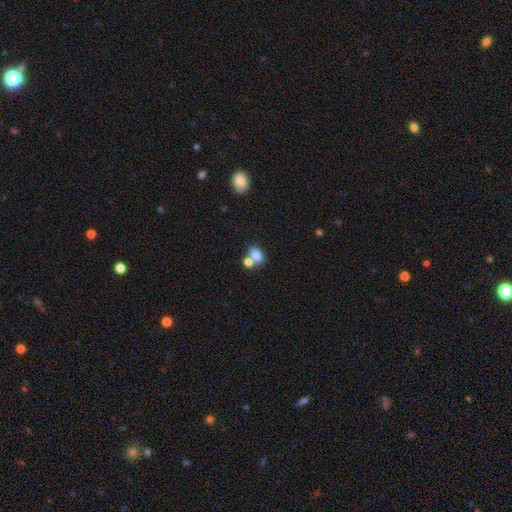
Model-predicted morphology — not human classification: This appears to be a smooth galaxy with no disk features (80%) that is in between round and cigar-shaped (76%). Merging: none (44%).